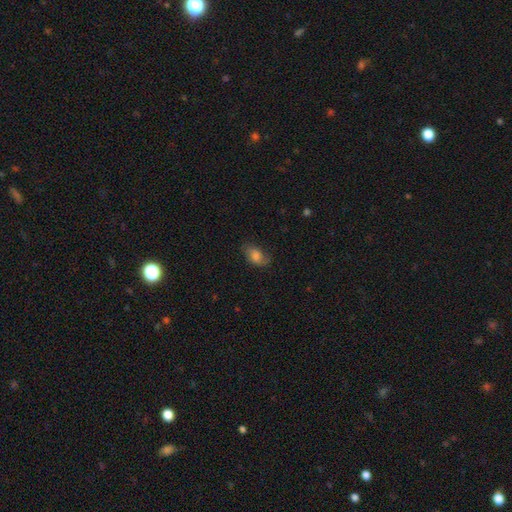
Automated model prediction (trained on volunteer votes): The model was most divided on "merging": none: 65%, minor disturbance: 25%, major disturbance: 9%, merger: 1%. More confident: how rounded — in between (84%); smooth or featured — smooth (68%).